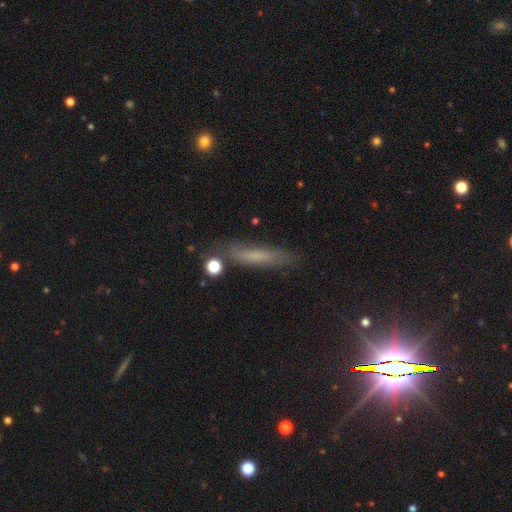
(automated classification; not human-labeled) Overall: smooth (59%; featured or disk 28%). How rounded: cigar-shaped (82%). Merging: none (77%).